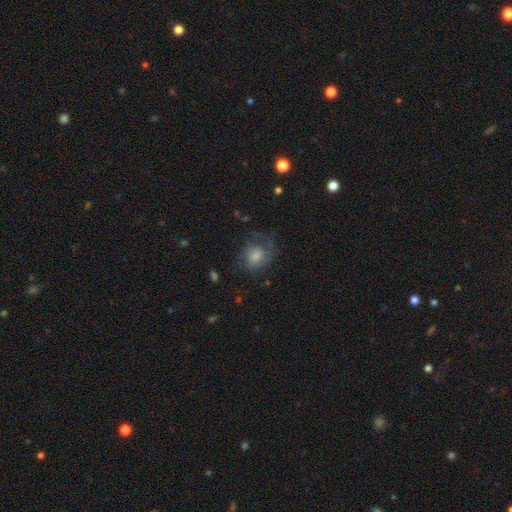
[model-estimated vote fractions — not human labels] Smooth or featured?
  - featured or disk: 48% *
  - smooth: 39%
  - star or artifact: 13%
Merging?
  - none: 57% *
  - minor disturbance: 21%
  - major disturbance: 20%
  - merger: 2%